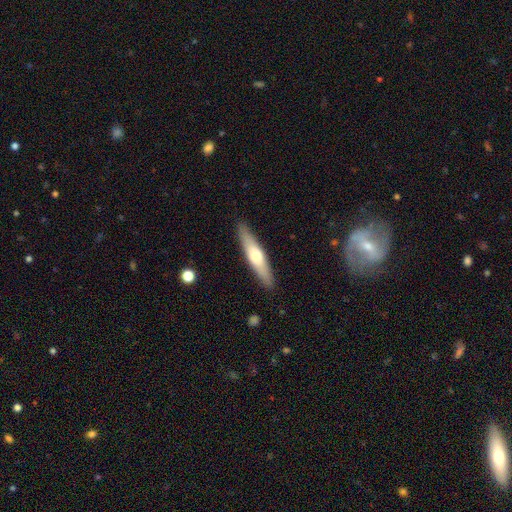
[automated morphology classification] smooth_or_featured: smooth (p=0.51) [alt: featured or disk p=0.44]
how_rounded: cigar-shaped (p=0.84) [alt: in between p=0.15]
merging: none (p=0.90) [alt: minor disturbance p=0.08]